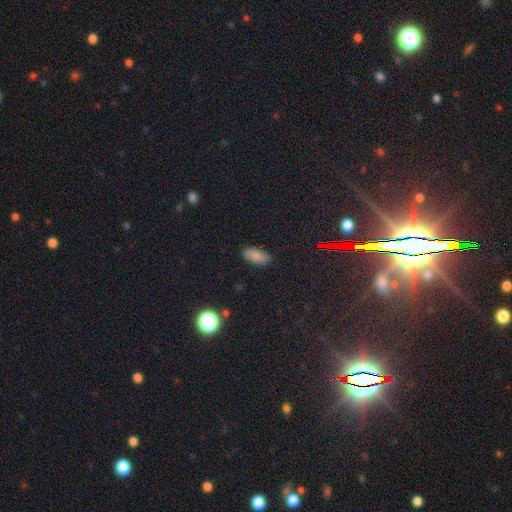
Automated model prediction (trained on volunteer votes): This is clearly a smooth galaxy (82%). How rounded: clearly in between (91%). Merging: clearly none (87%).